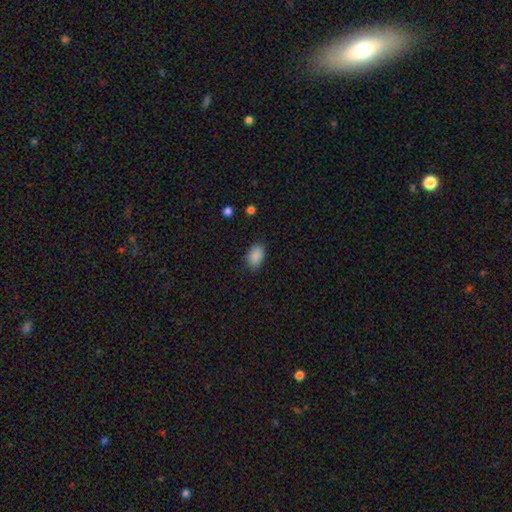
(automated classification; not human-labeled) smooth-or-featured: smooth: 89% | star or artifact: 8% | featured or disk: 4%
  how-rounded: in between: 89% | round: 9% | cigar-shaped: 2%
  merging: none: 81% | minor disturbance: 15% | major disturbance: 3% | merger: 1%